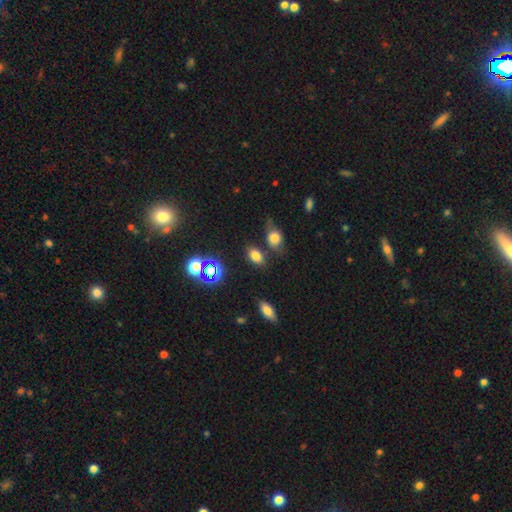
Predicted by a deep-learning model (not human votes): smooth-or-featured: smooth: 74% | star or artifact: 18% | featured or disk: 8%
  how-rounded: in between: 82% | round: 15% | cigar-shaped: 3%
  merging: none: 73% | minor disturbance: 13% | merger: 9% | major disturbance: 5%